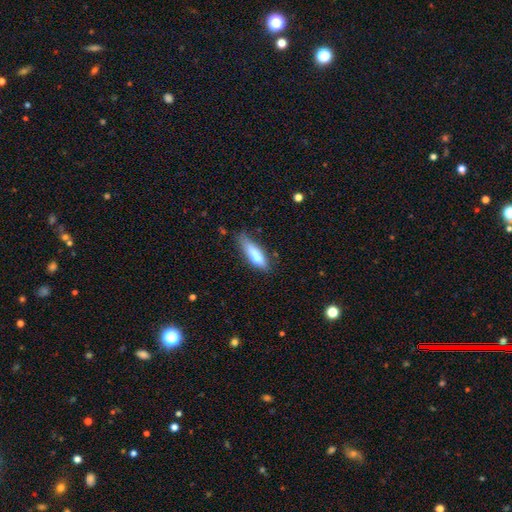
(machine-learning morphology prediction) A smooth galaxy with no disk features (73%) that is cigar-shaped (58%).

Vote fractions:
- Smooth or featured? smooth: 73% / featured or disk: 19% / star or artifact: 7%
- How rounded? cigar-shaped: 58% / in between: 40% / round: 2%
- Merging? none: 54% / minor disturbance: 29% / major disturbance: 10% / merger: 8%